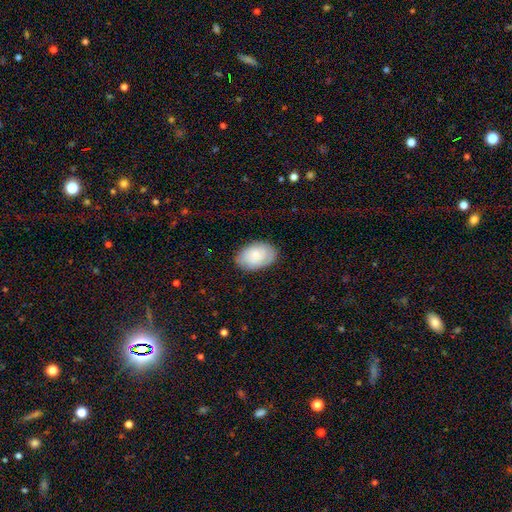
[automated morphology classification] A smooth galaxy with no disk features (72%) that is in between round and cigar-shaped (89%).

Vote fractions:
- Smooth or featured? smooth: 72% / featured or disk: 21% / star or artifact: 7%
- How rounded? in between: 89% / round: 10% / cigar-shaped: 1%
- Merging? none: 83% / minor disturbance: 13% / major disturbance: 3% / merger: 1%